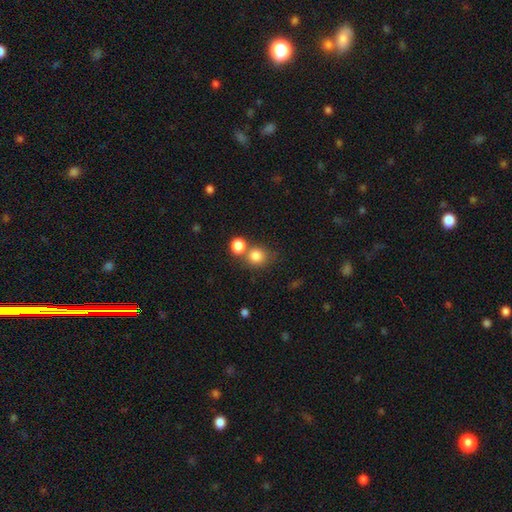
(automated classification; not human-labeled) The model was most divided on "merging": none: 59%, merger: 27%, minor disturbance: 10%, major disturbance: 4%. More confident: how rounded — round (83%); smooth or featured — smooth (82%).